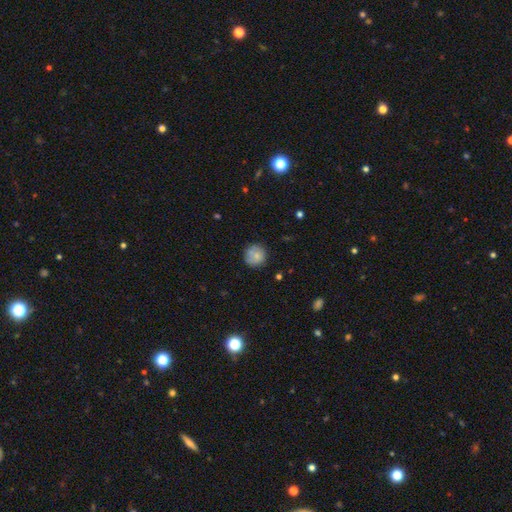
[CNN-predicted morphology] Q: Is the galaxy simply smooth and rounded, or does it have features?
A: smooth — 75%.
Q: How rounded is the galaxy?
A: round — 92%.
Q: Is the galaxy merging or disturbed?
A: none — 74%.